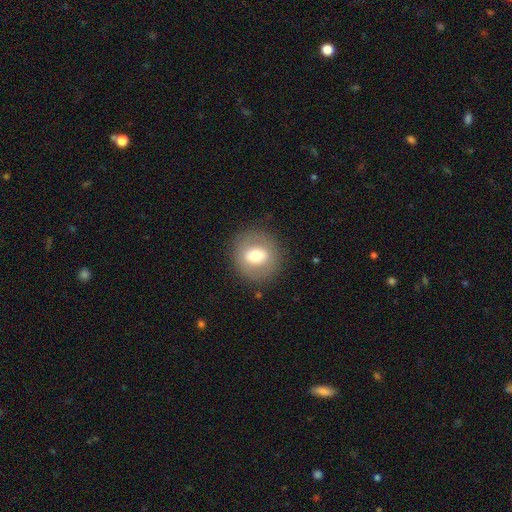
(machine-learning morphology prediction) This is likely a smooth galaxy (61%). How rounded: clearly round (85%). Merging: clearly none (85%).